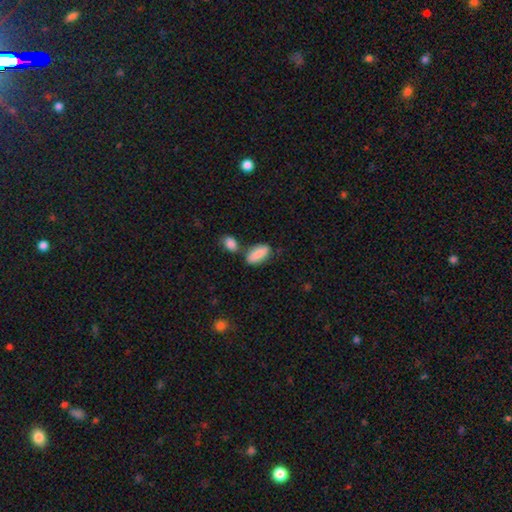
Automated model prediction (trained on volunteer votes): A smooth galaxy with no disk features (88%) that is in between round and cigar-shaped (88%). Merging: none (62%).